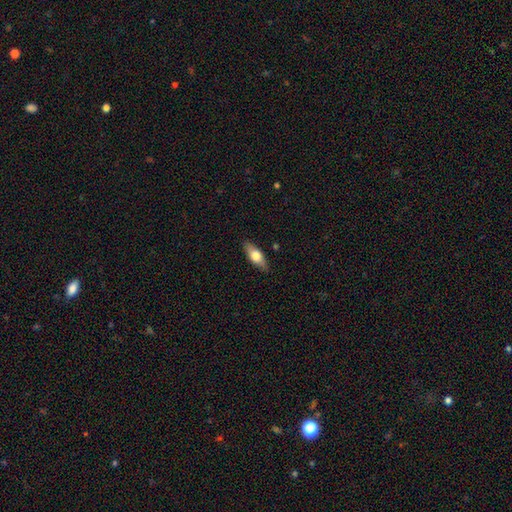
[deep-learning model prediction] smooth-or-featured: smooth: 63% | featured or disk: 31% | star or artifact: 6%
  how-rounded: in between: 72% | cigar-shaped: 25% | round: 3%
  merging: none: 86% | minor disturbance: 11% | major disturbance: 2% | merger: 1%